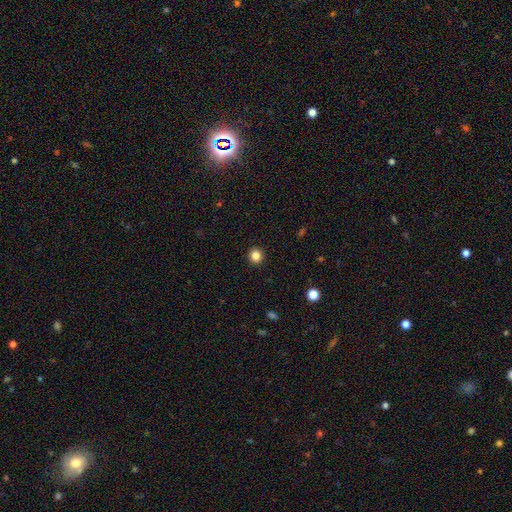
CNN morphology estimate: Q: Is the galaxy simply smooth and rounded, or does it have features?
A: smooth — 85%.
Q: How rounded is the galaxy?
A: round — 93%.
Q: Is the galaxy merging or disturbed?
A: none — 93%.